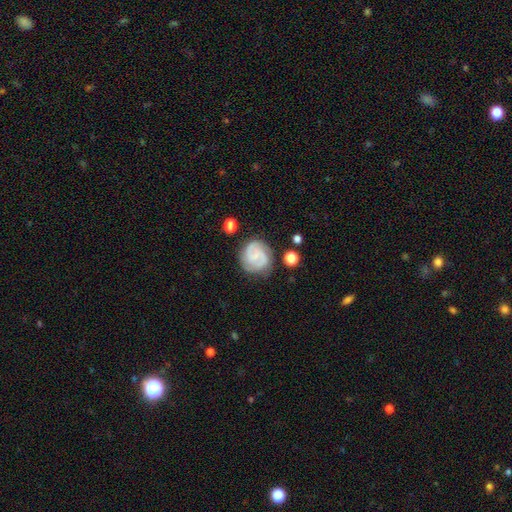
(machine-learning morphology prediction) featured or disk 69%, smooth 24%, star or artifact 7%. Down the decision tree: edge-on disk — no (98%); bar — no (52%); spiral arms — yes (94%); spiral arm count — 2 (56%); spiral winding — tight (47%); bulge size — small (49%); merging — none (75%).